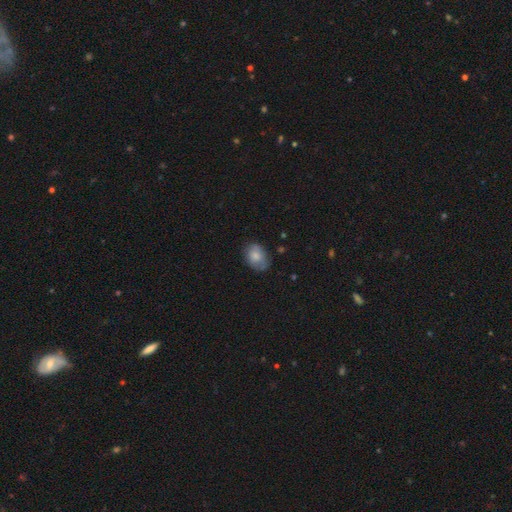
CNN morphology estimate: A smooth galaxy with no disk features (77%) that is in between round and cigar-shaped (67%).

Vote fractions:
- Smooth or featured? smooth: 77% / featured or disk: 15% / star or artifact: 8%
- How rounded? in between: 67% / round: 32% / cigar-shaped: 1%
- Merging? none: 65% / minor disturbance: 27% / major disturbance: 6% / merger: 2%